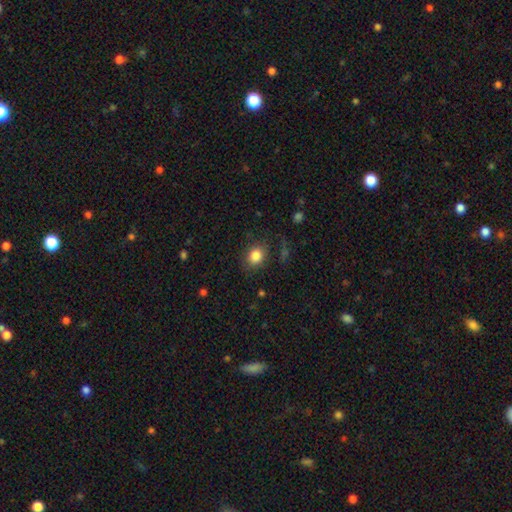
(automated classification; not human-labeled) A smooth galaxy with no disk features (84%) that is round (63%).

Vote fractions:
- Smooth or featured? smooth: 84% / star or artifact: 10% / featured or disk: 6%
- How rounded? round: 63% / in between: 36% / cigar-shaped: 1%
- Merging? none: 80% / minor disturbance: 13% / major disturbance: 5% / merger: 2%